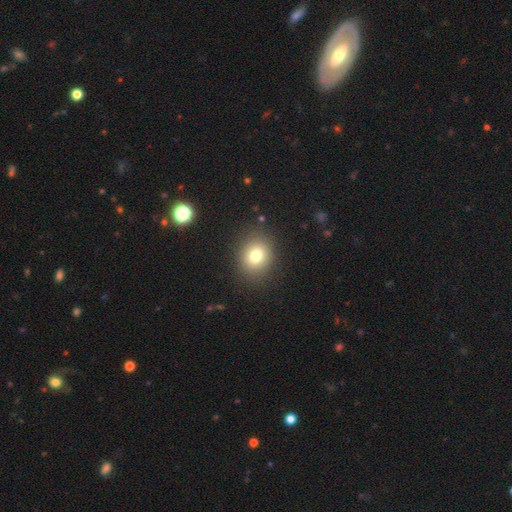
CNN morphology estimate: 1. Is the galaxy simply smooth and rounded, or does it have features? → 77% smooth, 13% star or artifact, 11% featured or disk.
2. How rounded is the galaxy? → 65% round, 34% in between, 1% cigar-shaped.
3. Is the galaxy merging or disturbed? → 88% none, 8% minor disturbance, 3% major disturbance, 1% merger.